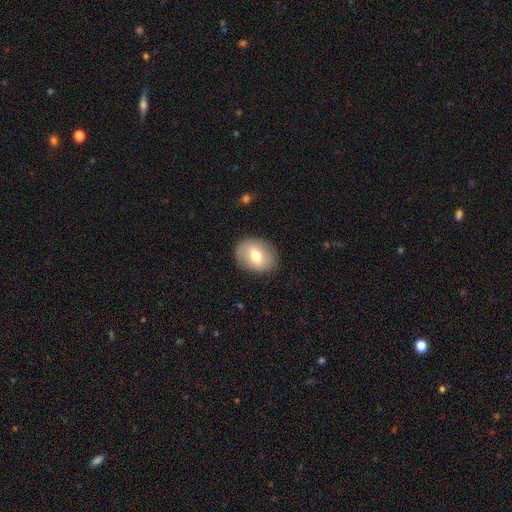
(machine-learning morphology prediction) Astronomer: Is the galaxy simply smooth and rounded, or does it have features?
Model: smooth — 64%.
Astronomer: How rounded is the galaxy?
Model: in between — 61% (runner-up: round, 38%).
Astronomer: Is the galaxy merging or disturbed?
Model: none — 87%.